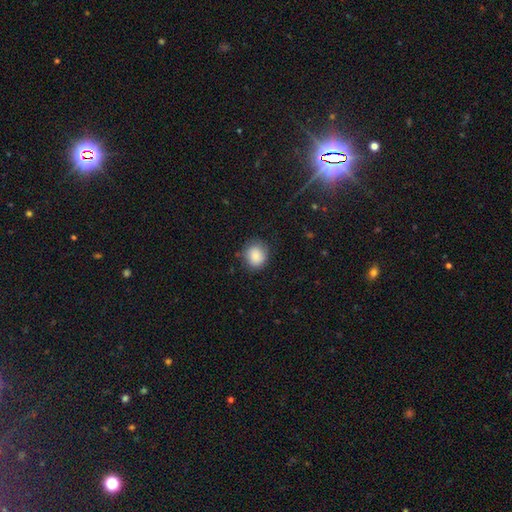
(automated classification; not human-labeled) smooth-or-featured: smooth: 85% | star or artifact: 8% | featured or disk: 7%
  how-rounded: round: 79% | in between: 20% | cigar-shaped: 1%
  merging: none: 79% | minor disturbance: 16% | major disturbance: 5% | merger: 1%